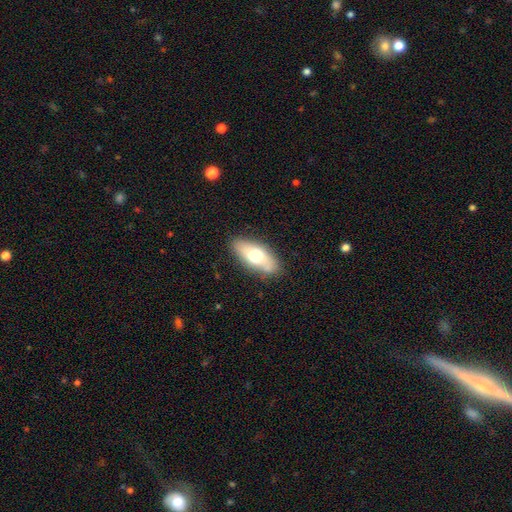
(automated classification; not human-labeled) Smooth or featured? Predicted: smooth (p=0.65). How rounded? Predicted: in between (p=0.81). Merging? Predicted: none (p=0.81).